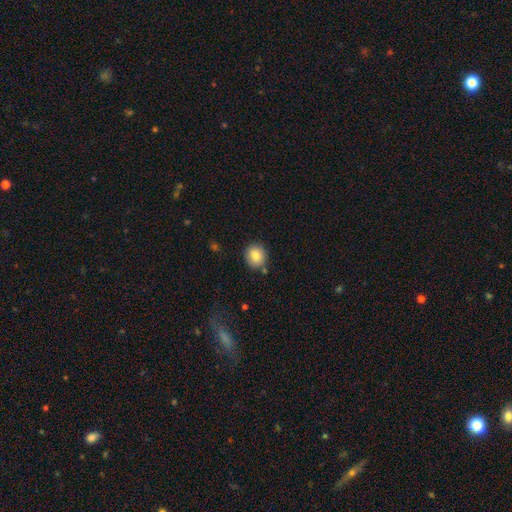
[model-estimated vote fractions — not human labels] The model was most divided on "merging": none: 83%, minor disturbance: 10%, merger: 4%, major disturbance: 2%. More confident: how rounded — round (87%); smooth or featured — smooth (83%).